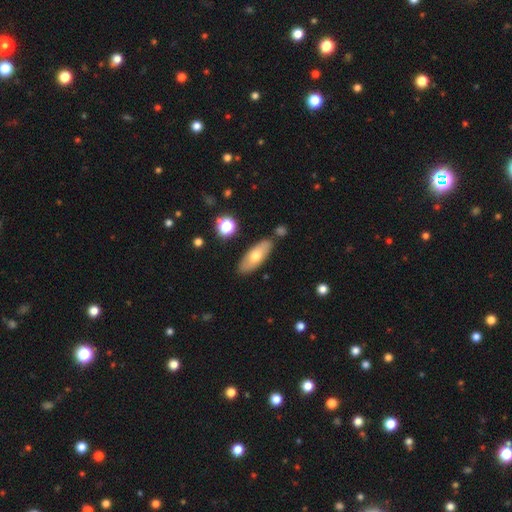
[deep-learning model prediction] Smooth or featured? smooth (63%)
How rounded? in between (71%)
Merging? none (81%)